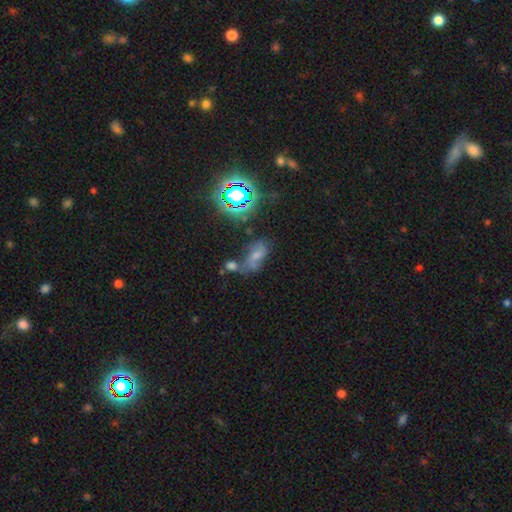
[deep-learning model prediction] Smooth or featured? Predicted: smooth (p=0.40). Merging? Predicted: none (p=0.35).